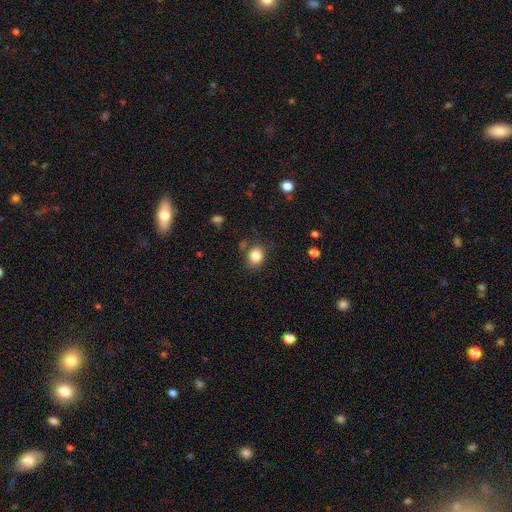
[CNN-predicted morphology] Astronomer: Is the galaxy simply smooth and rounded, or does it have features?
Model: smooth — 83%.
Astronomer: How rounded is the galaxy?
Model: round — 54% (runner-up: in between, 45%).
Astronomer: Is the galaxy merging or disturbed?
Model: none — 78%.